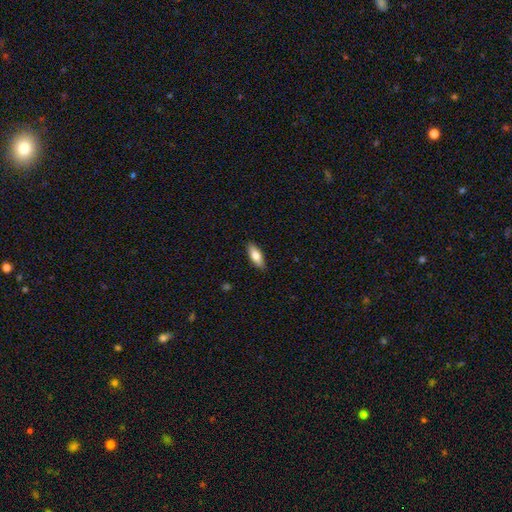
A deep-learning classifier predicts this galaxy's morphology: This appears to be a smooth galaxy with no disk features (75%) that is in between round and cigar-shaped (67%). Merging: none (88%).